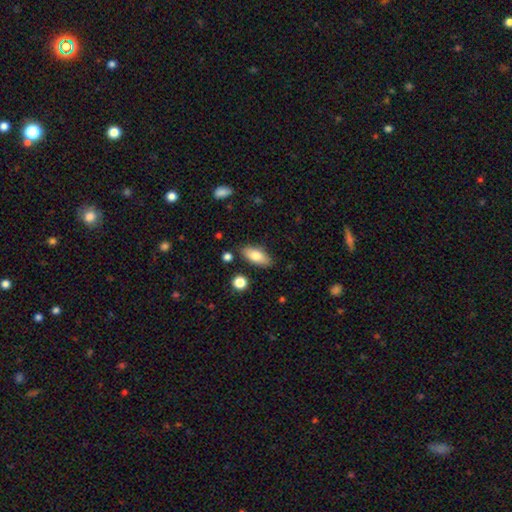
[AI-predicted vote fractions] Smooth or featured?
  - smooth: 77% *
  - featured or disk: 16%
  - star or artifact: 7%
How rounded?
  - in between: 83% *
  - cigar-shaped: 15%
  - round: 3%
Merging?
  - none: 84% *
  - minor disturbance: 11%
  - merger: 3%
  - major disturbance: 2%